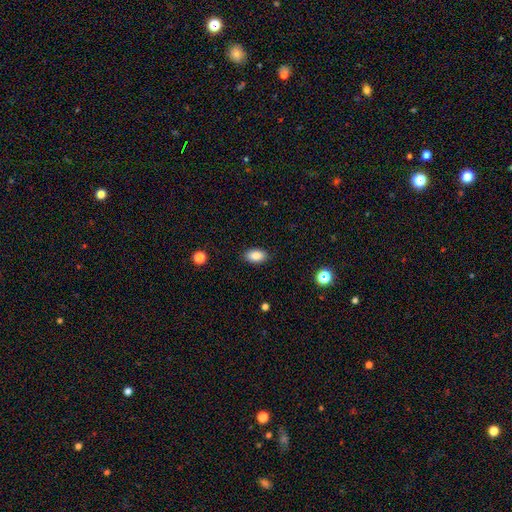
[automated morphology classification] This appears to be a smooth galaxy with no disk features (87%) that is in between round and cigar-shaped (92%). Merging: none (88%).